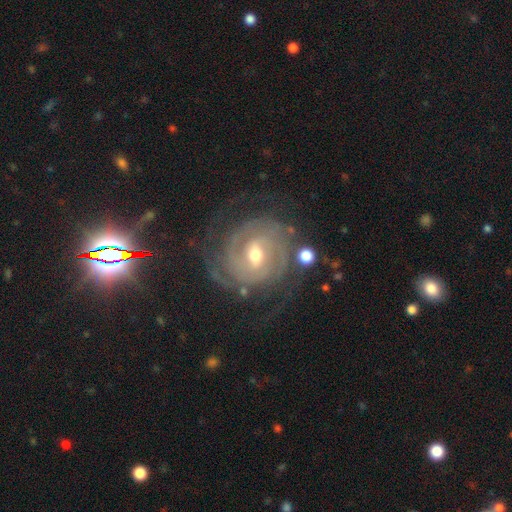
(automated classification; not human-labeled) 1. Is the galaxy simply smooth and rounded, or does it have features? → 88% featured or disk, 6% star or artifact, 6% smooth.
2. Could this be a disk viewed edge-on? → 97% no, 3% yes.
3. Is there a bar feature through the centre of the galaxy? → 51% weak, 25% strong, 24% no.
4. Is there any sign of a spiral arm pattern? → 96% yes, 4% no.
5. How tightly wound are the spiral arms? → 73% tight, 22% medium, 5% loose.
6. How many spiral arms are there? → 39% 2, 23% can't tell, 20% 3, 8% 4, 5% 1, 5% more than 4.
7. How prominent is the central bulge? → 63% moderate, 33% small, 3% large, 1% none, 1% dominant.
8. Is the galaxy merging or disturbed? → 73% none, 15% minor disturbance, 9% major disturbance, 2% merger.